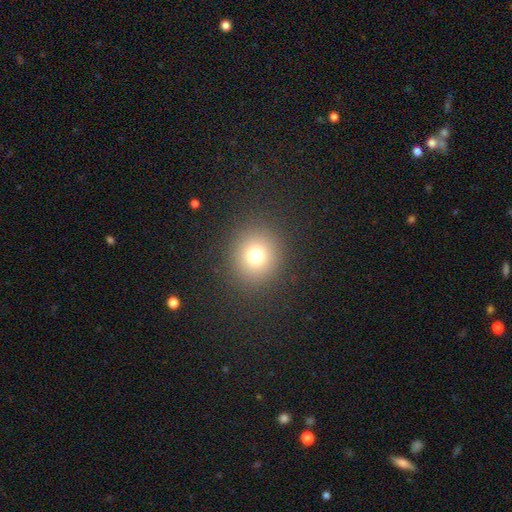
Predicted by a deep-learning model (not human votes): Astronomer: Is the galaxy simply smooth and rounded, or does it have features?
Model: smooth — 75%.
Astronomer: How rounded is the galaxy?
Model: round — 88%.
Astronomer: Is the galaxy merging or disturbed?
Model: none — 89%.